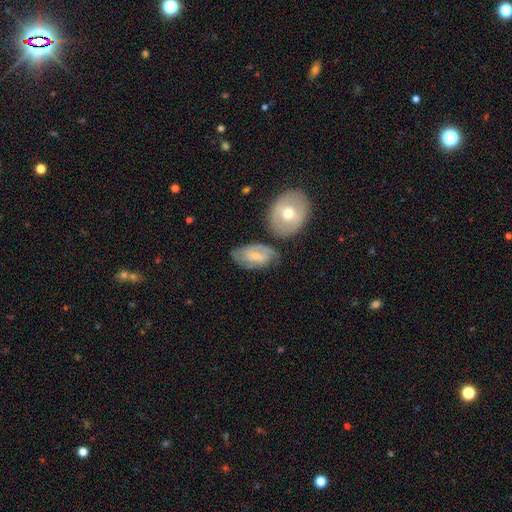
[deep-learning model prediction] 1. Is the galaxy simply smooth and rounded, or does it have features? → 54% featured or disk, 39% smooth, 7% star or artifact.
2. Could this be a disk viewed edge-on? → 95% no, 5% yes.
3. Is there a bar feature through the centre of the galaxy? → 46% weak, 40% no, 14% strong.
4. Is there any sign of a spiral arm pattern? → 77% yes, 23% no.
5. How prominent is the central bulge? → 48% small, 34% moderate, 14% none, 3% large, 1% dominant.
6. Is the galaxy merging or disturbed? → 55% none, 25% minor disturbance, 10% major disturbance, 9% merger.